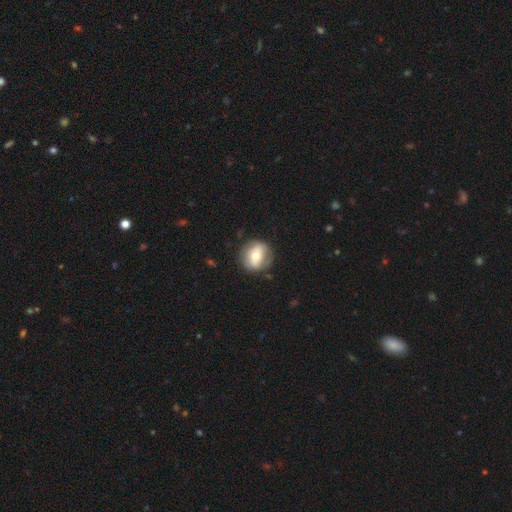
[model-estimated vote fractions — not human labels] A smooth galaxy with no disk features (49%). Merging: none (77%).